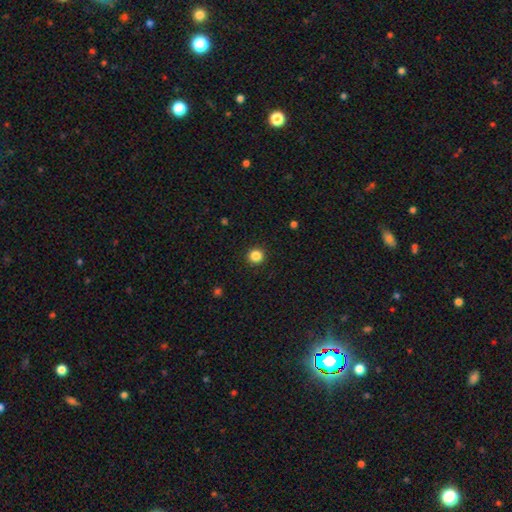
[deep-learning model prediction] Smooth or featured: smooth — 85% (star or artifact — 11%)
How rounded: round — 95% (in between — 4%)
Merging: none — 93% (minor disturbance — 4%)